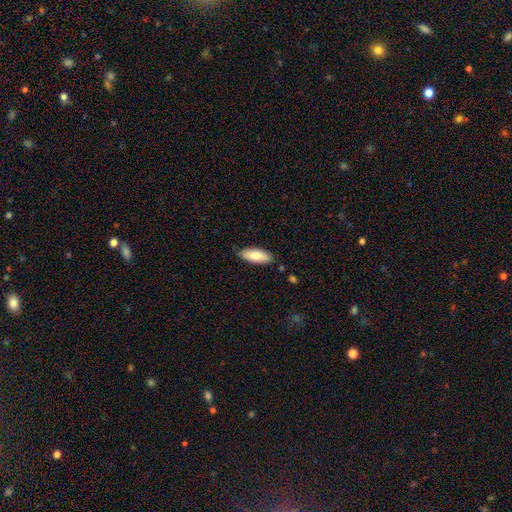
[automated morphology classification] Smooth or featured?
  - smooth: 82% *
  - featured or disk: 12%
  - star or artifact: 6%
How rounded?
  - in between: 75% *
  - cigar-shaped: 23%
  - round: 2%
Merging?
  - none: 83% *
  - minor disturbance: 14%
  - major disturbance: 2%
  - merger: 1%